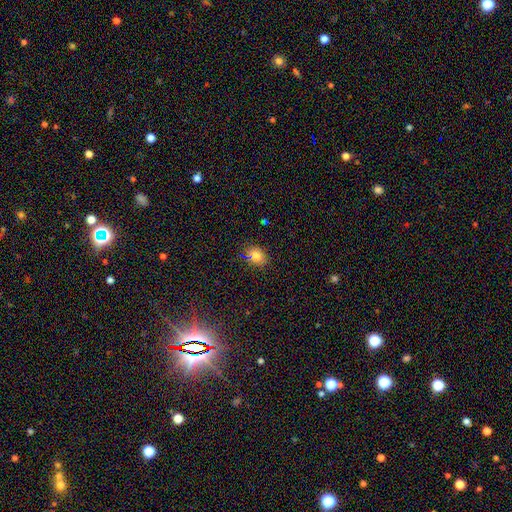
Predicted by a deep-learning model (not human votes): A smooth galaxy with no disk features (77%) that is in between round and cigar-shaped (60%).

Vote fractions:
- Smooth or featured? smooth: 77% / star or artifact: 16% / featured or disk: 7%
- How rounded? in between: 60% / round: 39% / cigar-shaped: 1%
- Merging? none: 85% / minor disturbance: 10% / major disturbance: 3% / merger: 2%